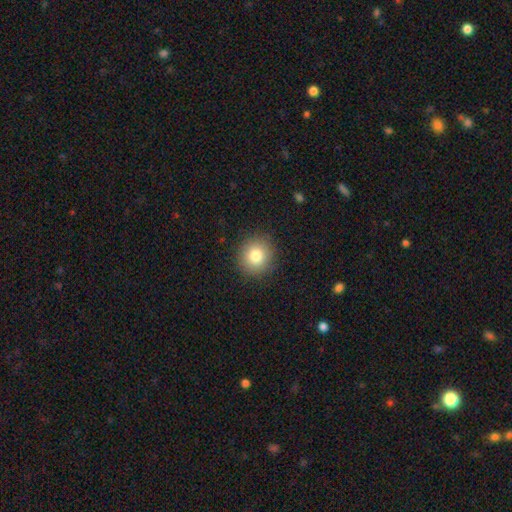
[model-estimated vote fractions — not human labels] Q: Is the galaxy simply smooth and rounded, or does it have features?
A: smooth — 81%.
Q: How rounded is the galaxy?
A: round — 90%.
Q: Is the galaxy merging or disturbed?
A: none — 90%.